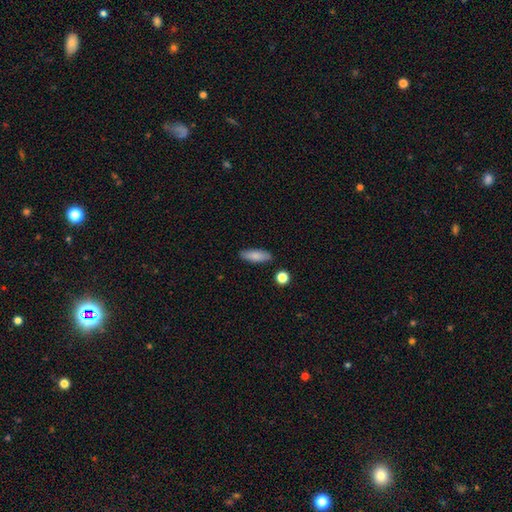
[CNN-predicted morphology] Q: Smooth or featured?
A: smooth (83%); runner-up: featured or disk (10%)
Q: How rounded?
A: in between (62%); runner-up: cigar-shaped (36%)
Q: Merging?
A: none (85%); runner-up: minor disturbance (10%)